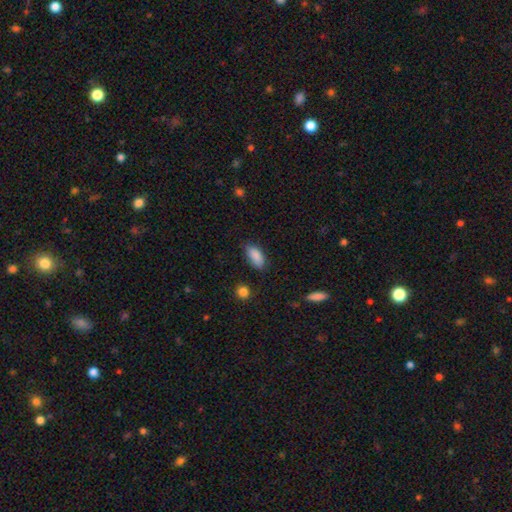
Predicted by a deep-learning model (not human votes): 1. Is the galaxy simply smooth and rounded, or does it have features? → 88% smooth, 7% star or artifact, 5% featured or disk.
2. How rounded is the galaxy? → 89% in between, 8% cigar-shaped, 3% round.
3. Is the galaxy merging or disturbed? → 74% none, 20% minor disturbance, 4% major disturbance, 2% merger.